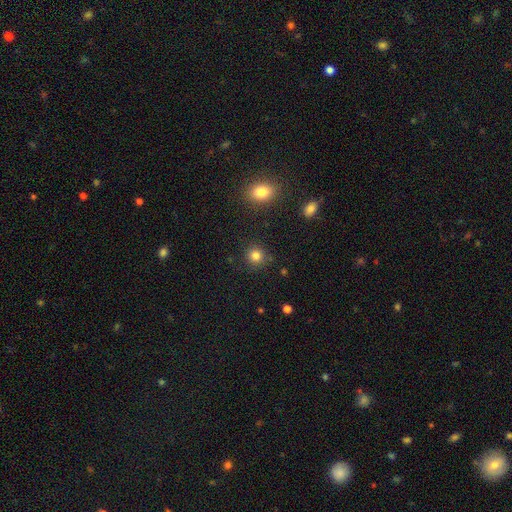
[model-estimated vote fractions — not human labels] smooth-or-featured: smooth: 83% | star or artifact: 13% | featured or disk: 5%
  how-rounded: round: 91% | in between: 8% | cigar-shaped: 1%
  merging: none: 88% | minor disturbance: 7% | major disturbance: 2% | merger: 2%